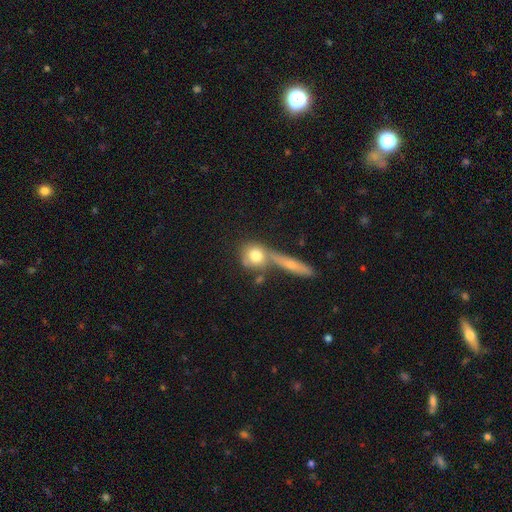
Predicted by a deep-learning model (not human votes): Smooth or featured: smooth — 73% (featured or disk — 18%)
How rounded: round — 75% (in between — 18%)
Merging: none — 52% (merger — 31%)